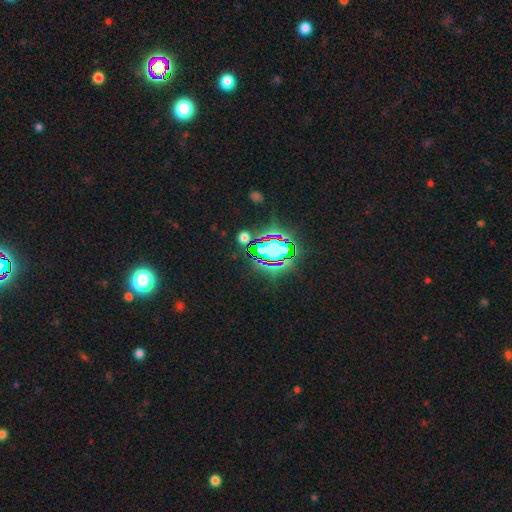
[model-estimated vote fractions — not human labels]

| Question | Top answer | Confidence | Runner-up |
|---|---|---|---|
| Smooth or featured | star or artifact | 75% | smooth (15%) |